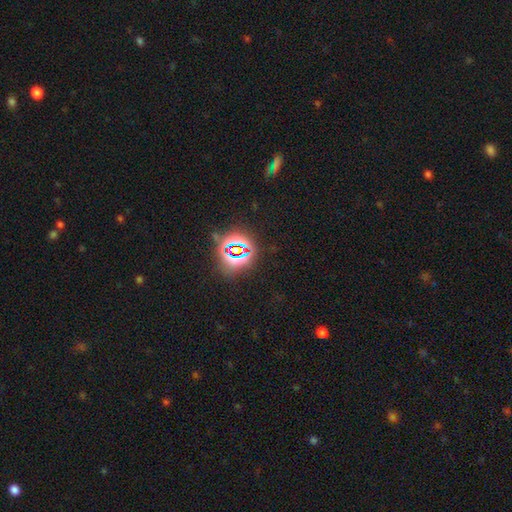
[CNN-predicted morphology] Smooth or featured? star or artifact (80%)